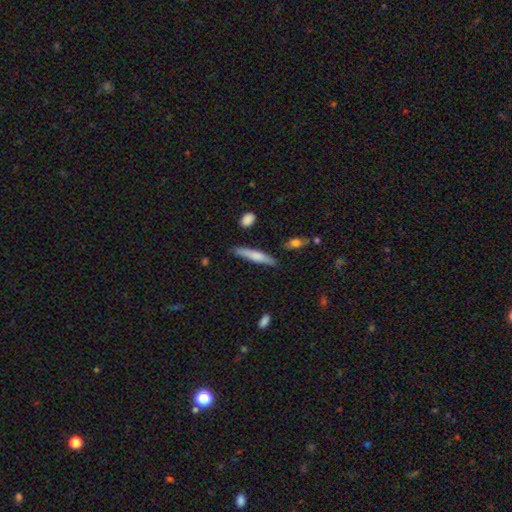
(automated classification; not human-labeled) smooth_or_featured: smooth (p=0.67) [alt: featured or disk p=0.27]
how_rounded: cigar-shaped (p=0.88) [alt: in between p=0.10]
merging: none (p=0.80) [alt: minor disturbance p=0.14]